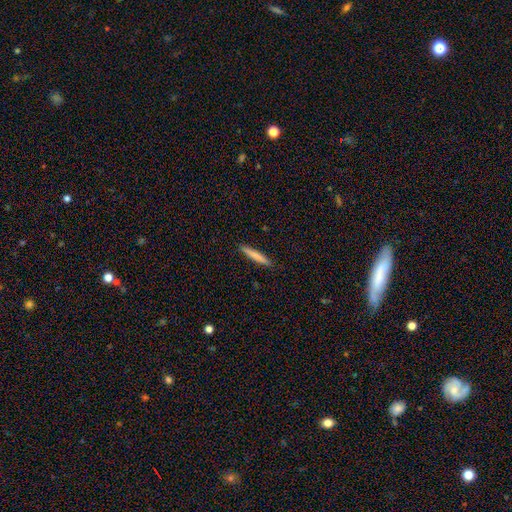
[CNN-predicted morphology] Overall: smooth (78%). How rounded: cigar-shaped (95%). Merging: none (91%).